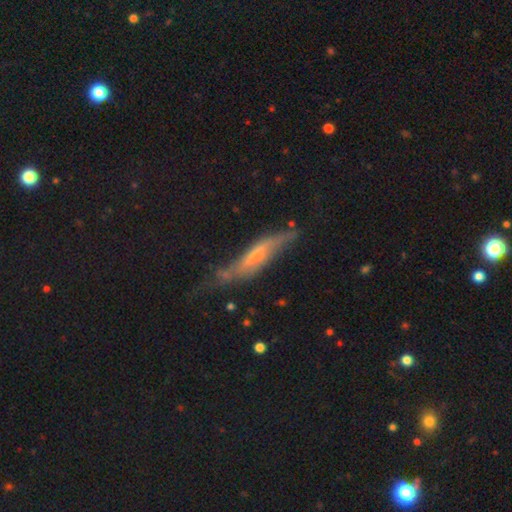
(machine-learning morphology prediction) This appears to be a featured or disk galaxy (56%) viewed edge-on (65%). Merging: none (48%).